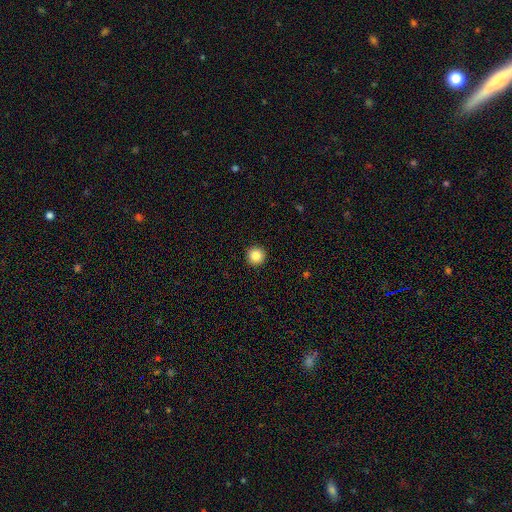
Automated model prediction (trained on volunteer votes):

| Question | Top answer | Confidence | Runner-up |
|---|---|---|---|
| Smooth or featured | smooth | 85% | star or artifact (10%) |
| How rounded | round | 96% | in between (3%) |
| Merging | none | 94% | minor disturbance (4%) |